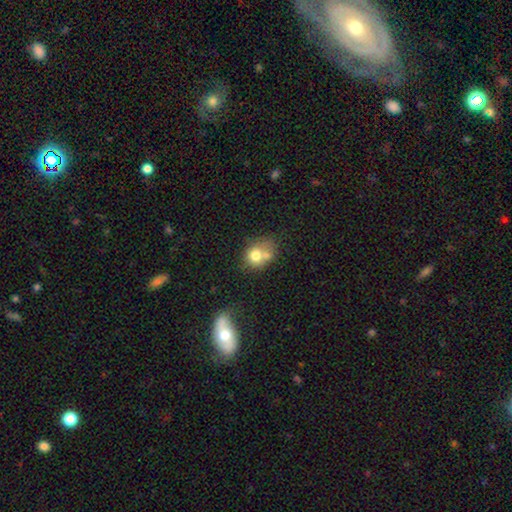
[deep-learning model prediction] smooth-or-featured: smooth: 71% | featured or disk: 19% | star or artifact: 10%
  how-rounded: round: 59% | in between: 40% | cigar-shaped: 1%
  merging: merger: 43% | none: 33% | minor disturbance: 16% | major disturbance: 8%